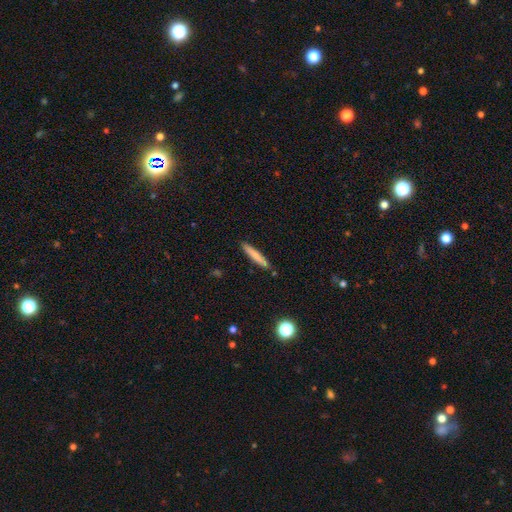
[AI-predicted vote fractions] Q: Smooth or featured?
A: smooth (75%); runner-up: featured or disk (18%)
Q: How rounded?
A: cigar-shaped (94%); runner-up: in between (5%)
Q: Merging?
A: none (88%); runner-up: minor disturbance (9%)